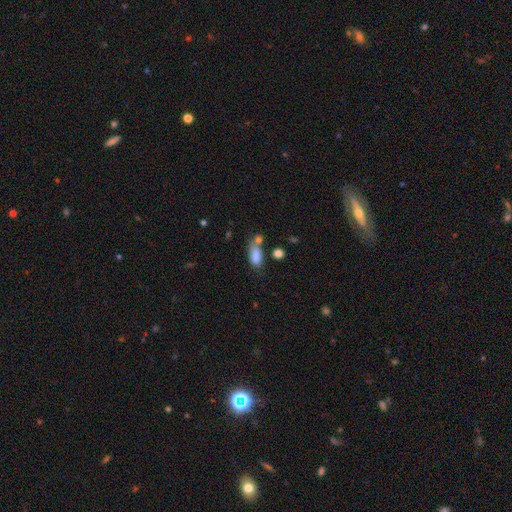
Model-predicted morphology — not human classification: This is clearly a smooth galaxy (82%). How rounded: clearly in between (83%). Merging: marginally none (43%).